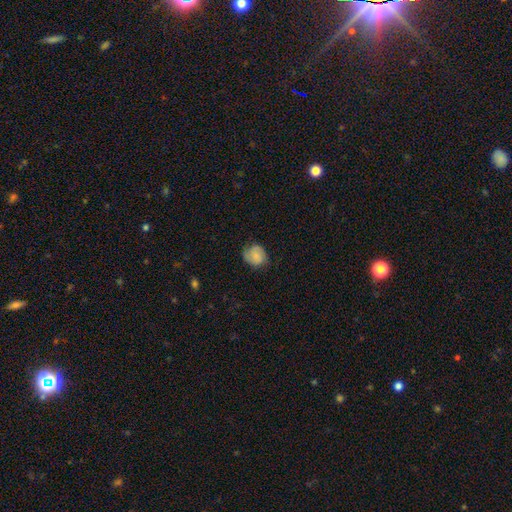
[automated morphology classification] Smooth or featured? Predicted: smooth (p=0.63). How rounded? Predicted: round (p=0.71). Merging? Predicted: none (p=0.66).